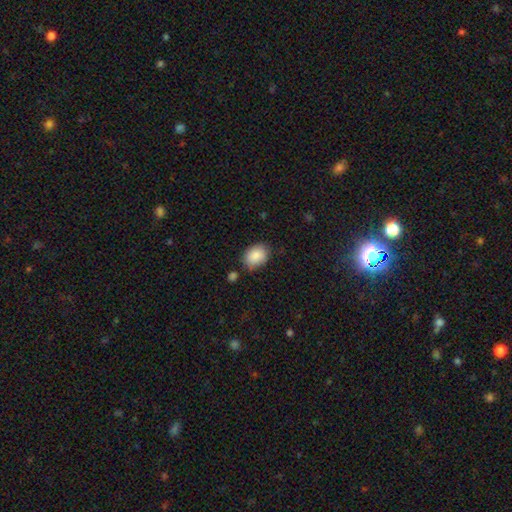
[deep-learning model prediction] smooth 87%, star or artifact 7%, featured or disk 6%. Down the decision tree: how rounded — in between (70%); merging — none (75%).